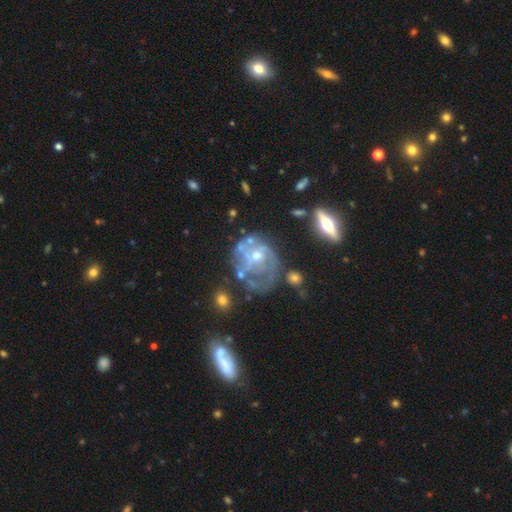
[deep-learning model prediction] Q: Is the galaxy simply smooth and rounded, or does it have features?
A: featured or disk — 75%.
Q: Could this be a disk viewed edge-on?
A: no — 96%.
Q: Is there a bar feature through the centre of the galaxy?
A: no — 65%.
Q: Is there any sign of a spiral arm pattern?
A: yes — 56%.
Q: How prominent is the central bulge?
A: small — 46%.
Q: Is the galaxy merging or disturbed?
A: none — 40%.